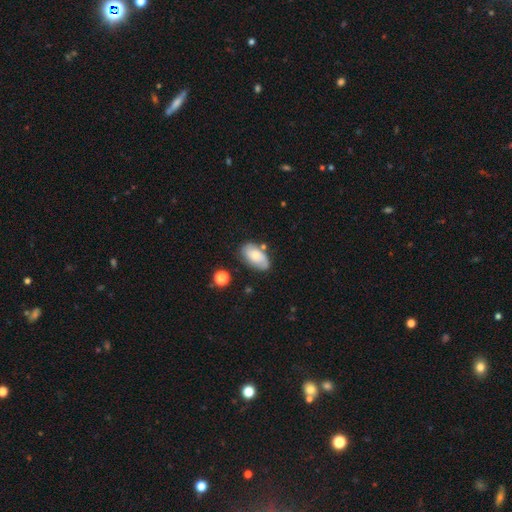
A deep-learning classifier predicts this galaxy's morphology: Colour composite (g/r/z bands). It shows a smooth galaxy with no disk features (55%) that is in between round and cigar-shaped (92%). Merging: none (69%).